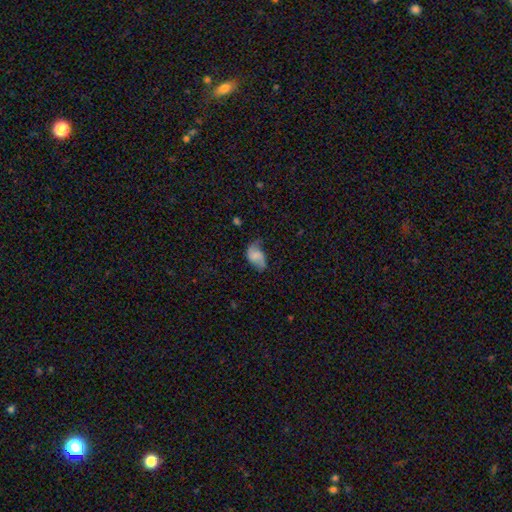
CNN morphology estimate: Overall: featured or disk (49%; smooth 42%). Merging: none (53%; minor disturbance 30%).